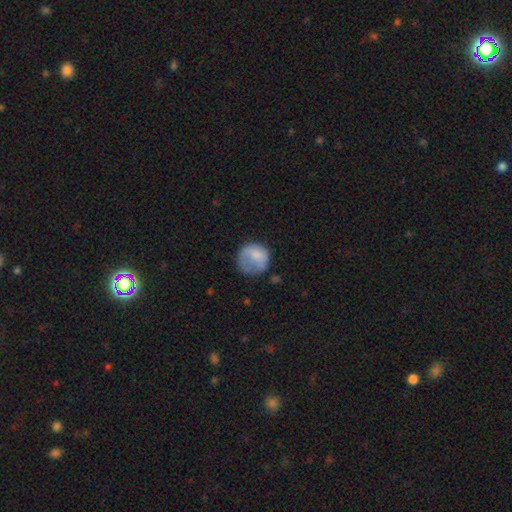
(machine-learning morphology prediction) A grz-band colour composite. It shows a smooth galaxy with no disk features (72%) that is round (82%). Merging: none (43%).